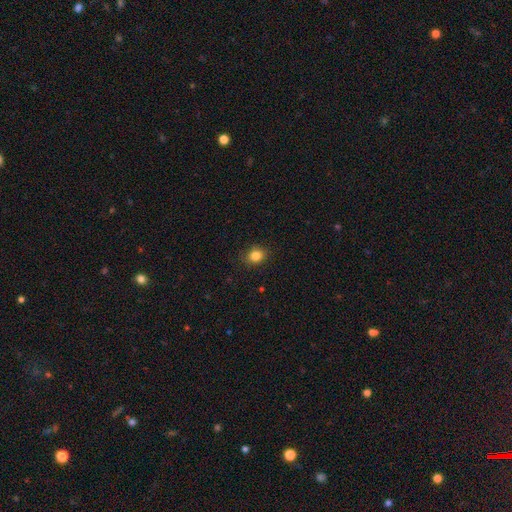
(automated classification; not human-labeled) This appears to be a smooth galaxy with no disk features (84%) that is round (60%). Merging: none (85%).